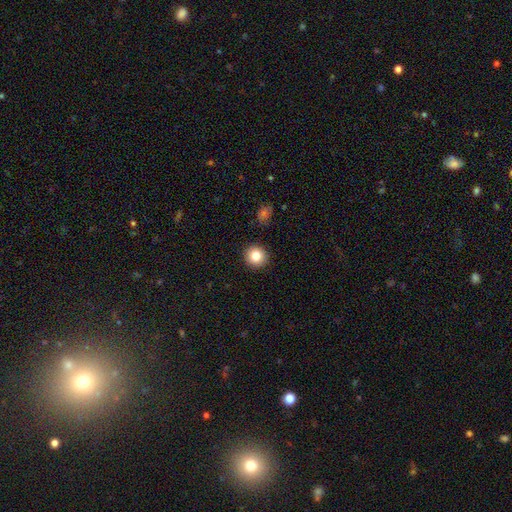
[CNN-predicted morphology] Smooth or featured?
  - smooth: 83% *
  - star or artifact: 10%
  - featured or disk: 7%
How rounded?
  - round: 93% *
  - in between: 6%
  - cigar-shaped: 1%
Merging?
  - none: 92% *
  - minor disturbance: 5%
  - major disturbance: 2%
  - merger: 1%